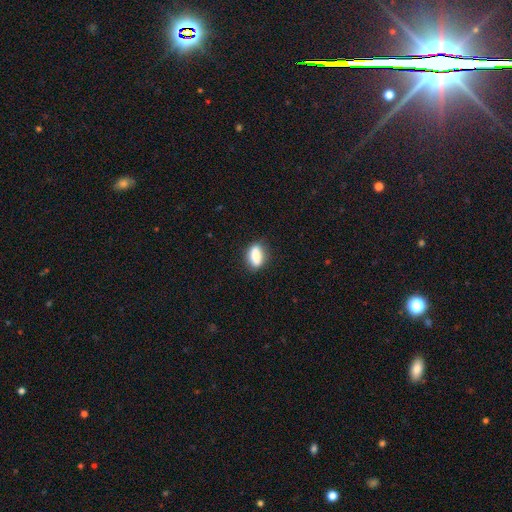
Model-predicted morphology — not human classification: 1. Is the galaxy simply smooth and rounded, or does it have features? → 85% smooth, 8% star or artifact, 7% featured or disk.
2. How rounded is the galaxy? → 84% in between, 9% round, 7% cigar-shaped.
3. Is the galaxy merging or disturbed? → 80% none, 15% minor disturbance, 4% major disturbance, 1% merger.